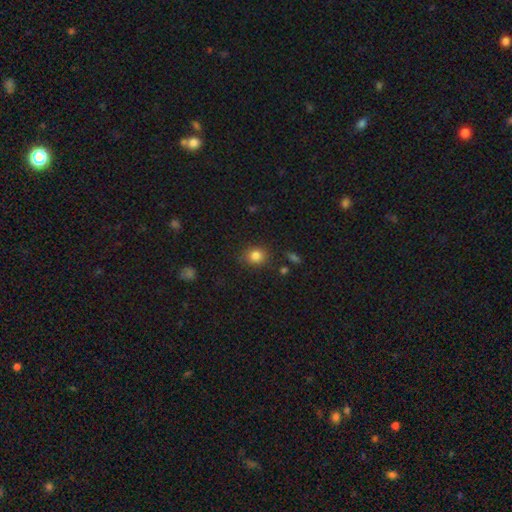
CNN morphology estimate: A smooth galaxy with no disk features (83%) that is round (78%).

Vote fractions:
- Smooth or featured? smooth: 83% / star or artifact: 11% / featured or disk: 6%
- How rounded? round: 78% / in between: 21% / cigar-shaped: 1%
- Merging? none: 86% / minor disturbance: 9% / major disturbance: 3% / merger: 2%